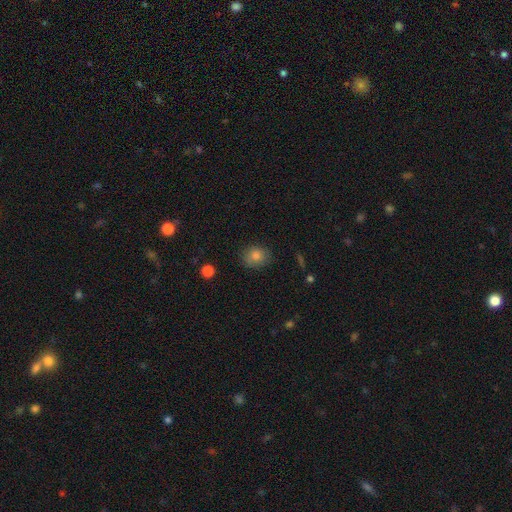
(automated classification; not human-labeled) smooth_or_featured: smooth (p=0.82) [alt: star or artifact p=0.11]
how_rounded: round (p=0.63) [alt: in between p=0.36]
merging: none (p=0.81) [alt: minor disturbance p=0.14]